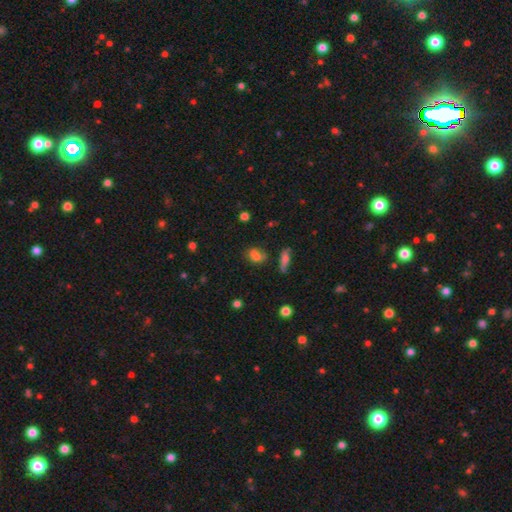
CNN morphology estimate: Q: Smooth or featured?
A: smooth (72%); runner-up: star or artifact (17%)
Q: How rounded?
A: in between (61%); runner-up: round (35%)
Q: Merging?
A: none (54%); runner-up: minor disturbance (20%)